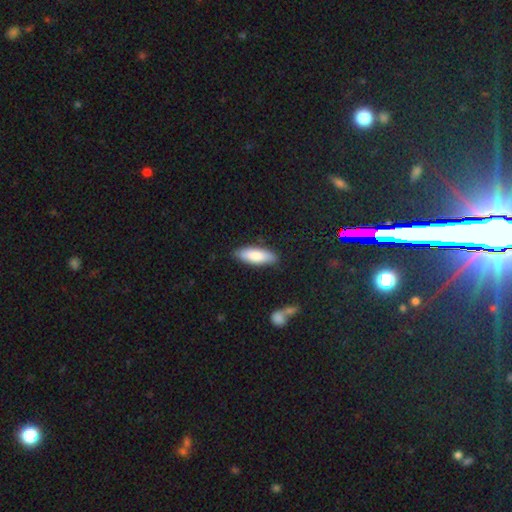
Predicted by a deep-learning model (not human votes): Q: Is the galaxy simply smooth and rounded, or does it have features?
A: smooth — 82%.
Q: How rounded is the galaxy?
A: in between — 62%.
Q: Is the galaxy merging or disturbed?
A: none — 84%.